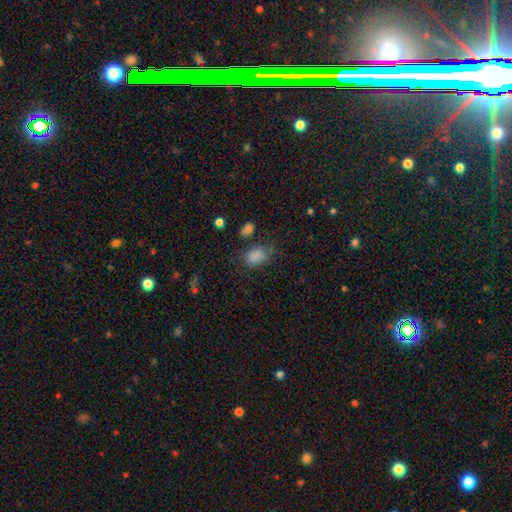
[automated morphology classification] The model was most divided on "merging": none: 64%, minor disturbance: 21%, major disturbance: 9%, merger: 6%. More confident: smooth or featured — smooth (84%); how rounded — in between (73%).